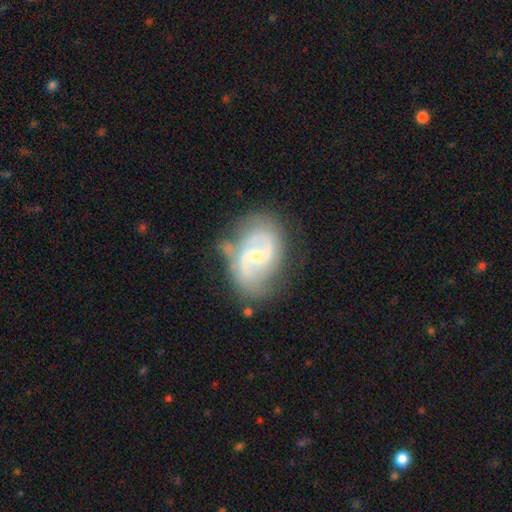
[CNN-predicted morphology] A featured or disk galaxy (83%) with a weak bar (50%), 2 (84%) medium (52%) spiral arms (92%) and a small central bulge (63%).

Vote fractions:
- Smooth or featured? featured or disk: 83% / smooth: 11% / star or artifact: 6%
- Edge-on disk? no: 97% / yes: 3%
- Bar? weak: 50% / no: 36% / strong: 14%
- Spiral arms? yes: 92% / no: 8%
- Spiral winding? medium: 52% / loose: 25% / tight: 23%
- Spiral arm count? 2: 84% / can't tell: 8% / 3: 3% / 1: 3% / 4: 1% / more than 4: 1%
- Bulge size? small: 63% / moderate: 33% / none: 2% / large: 1% / dominant: 1%
- Merging? none: 62% / minor disturbance: 22% / major disturbance: 10% / merger: 6%